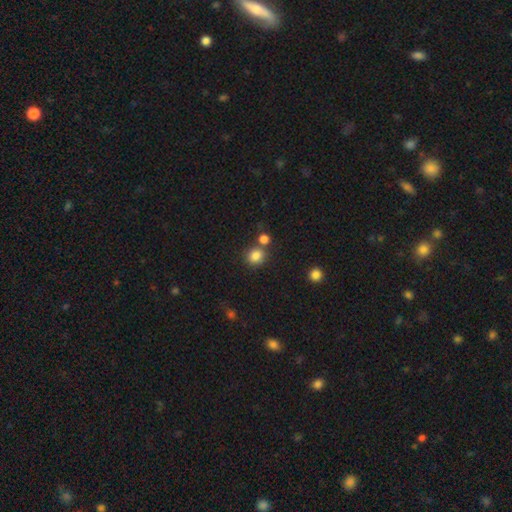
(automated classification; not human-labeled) Smooth or featured? smooth (84%)
How rounded? round (84%)
Merging? none (68%)